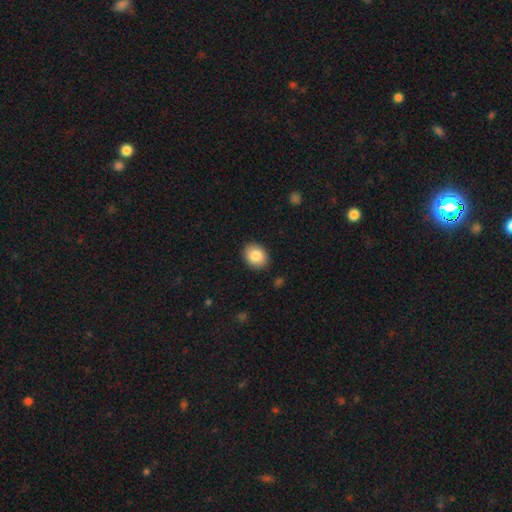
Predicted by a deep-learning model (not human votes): Overall: smooth (85%). How rounded: in between (53%; round 47%). Merging: none (89%).